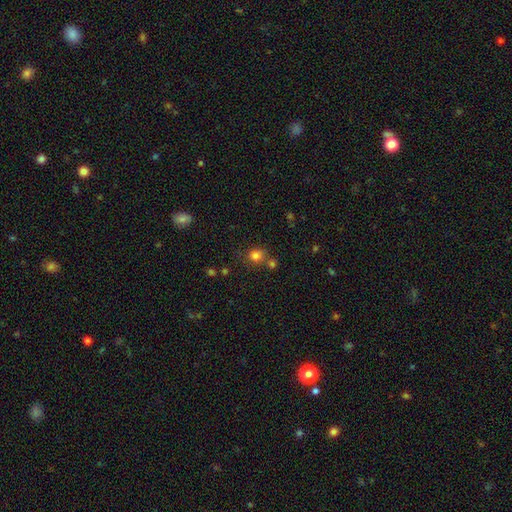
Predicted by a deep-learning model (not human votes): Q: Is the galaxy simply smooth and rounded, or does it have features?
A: smooth — 79%.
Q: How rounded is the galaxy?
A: round — 79%.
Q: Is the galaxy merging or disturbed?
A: none — 65%.